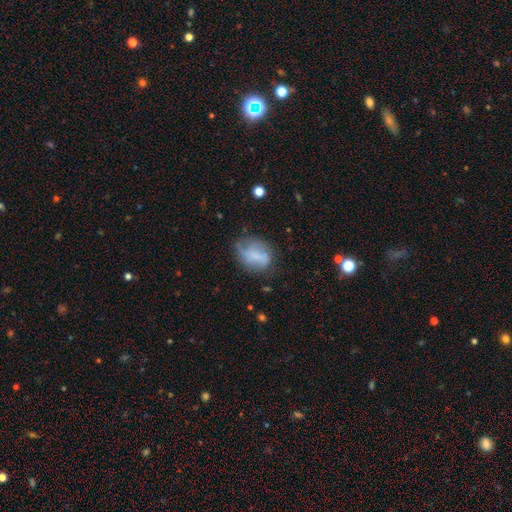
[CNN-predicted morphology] This appears to be a smooth galaxy with no disk features (60%) that is in between round and cigar-shaped (72%). Merging: none (46%).